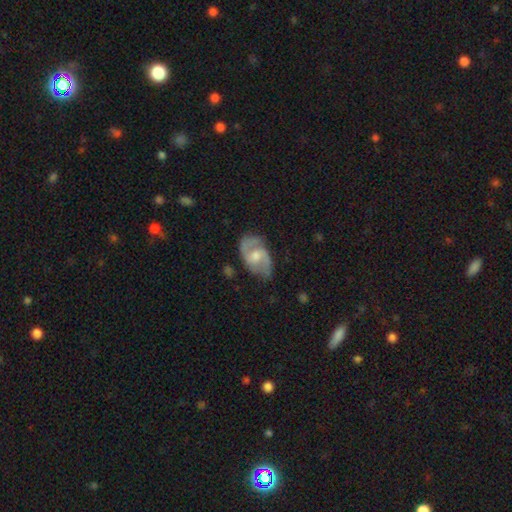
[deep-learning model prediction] smooth_or_featured: featured or disk (p=0.76) [alt: smooth p=0.18]
disk_edge_on: no (p=0.96) [alt: yes p=0.04]
bar: weak (p=0.48) [alt: no p=0.41]
has_spiral_arms: yes (p=0.90) [alt: no p=0.10]
spiral_winding: medium (p=0.52) [alt: loose p=0.25]
spiral_arm_count: 2 (p=0.86) [alt: can't tell p=0.08]
bulge_size: moderate (p=0.59) [alt: small p=0.30]
merging: none (p=0.71) [alt: minor disturbance p=0.21]